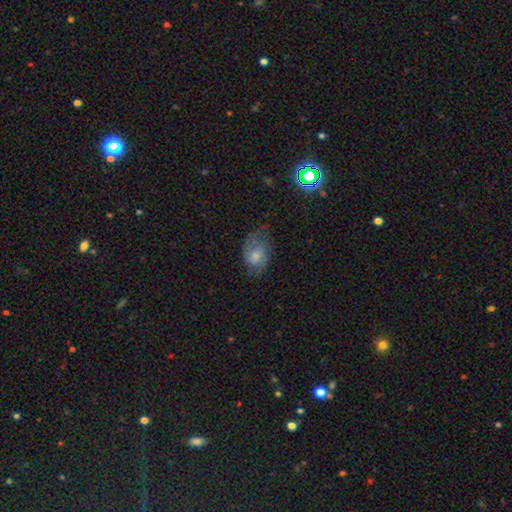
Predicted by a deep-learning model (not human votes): Q: Smooth or featured?
A: featured or disk (56%); runner-up: smooth (36%)
Q: Edge-on disk?
A: no (96%); runner-up: yes (4%)
Q: Bar?
A: no (61%); runner-up: weak (34%)
Q: Spiral arms?
A: yes (84%); runner-up: no (16%)
Q: Bulge size?
A: moderate (41%); runner-up: small (34%)
Q: Merging?
A: none (57%); runner-up: minor disturbance (25%)